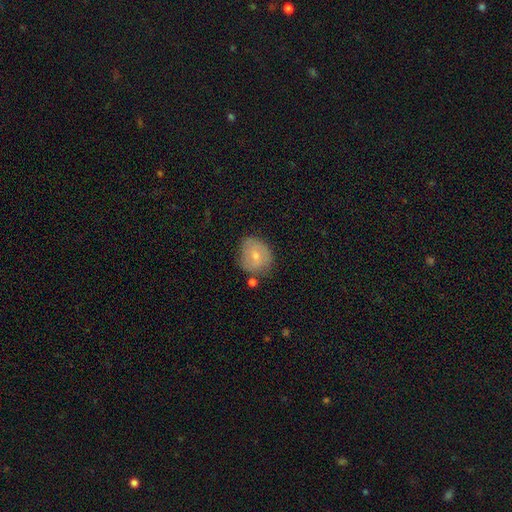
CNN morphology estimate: smooth-or-featured: smooth: 59% | featured or disk: 34% | star or artifact: 8%
  how-rounded: round: 71% | in between: 28% | cigar-shaped: 1%
  merging: none: 63% | minor disturbance: 25% | merger: 6% | major disturbance: 6%